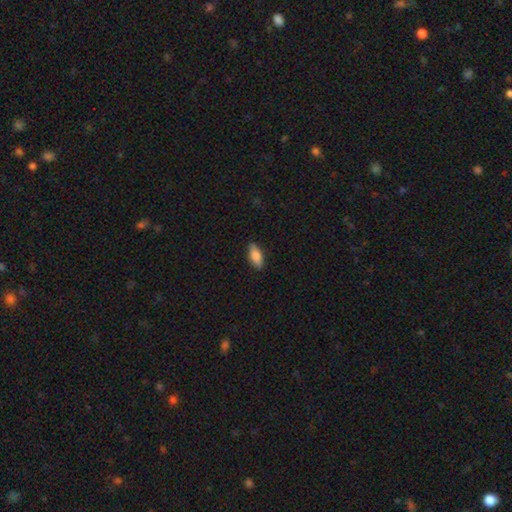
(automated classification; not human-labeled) Q: Smooth or featured?
A: smooth (84%); runner-up: featured or disk (10%)
Q: How rounded?
A: in between (85%); runner-up: cigar-shaped (12%)
Q: Merging?
A: none (86%); runner-up: minor disturbance (11%)